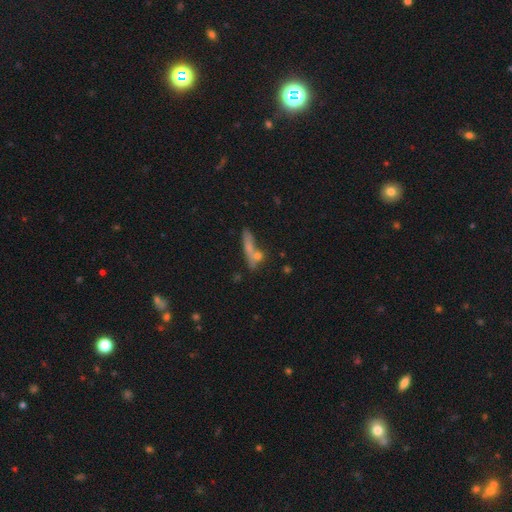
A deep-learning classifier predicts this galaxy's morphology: type=smooth (58%); roundness=cigar-shaped (66%); merging=none (53%).